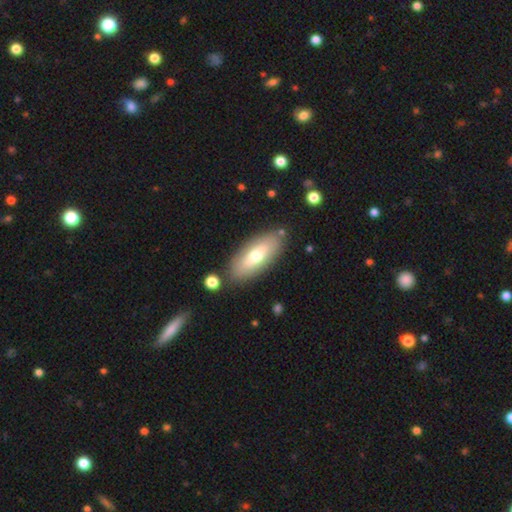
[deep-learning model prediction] A smooth galaxy with no disk features (63%) that is in between round and cigar-shaped (75%). Merging: none (83%).